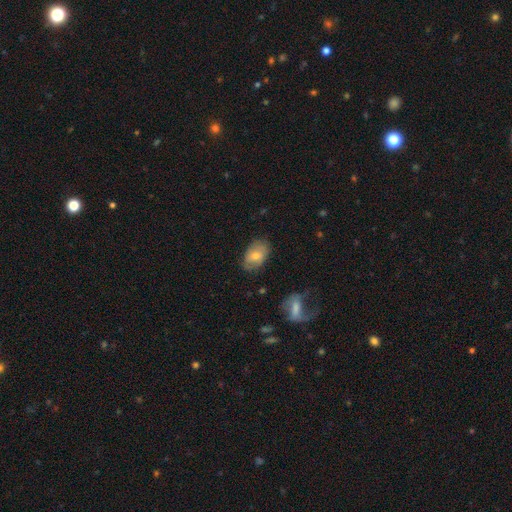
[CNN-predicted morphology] The model was most divided on "smooth or featured": smooth: 70%, featured or disk: 23%, star or artifact: 7%. More confident: how rounded — in between (89%); merging — none (74%).